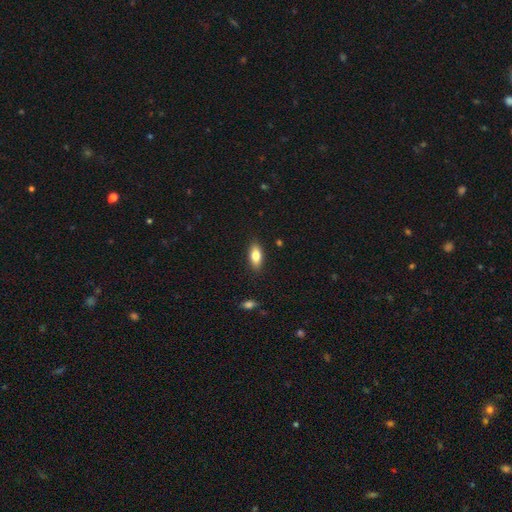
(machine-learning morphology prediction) Q: Smooth or featured?
A: smooth (81%); runner-up: featured or disk (12%)
Q: How rounded?
A: in between (84%); runner-up: cigar-shaped (13%)
Q: Merging?
A: none (87%); runner-up: minor disturbance (10%)